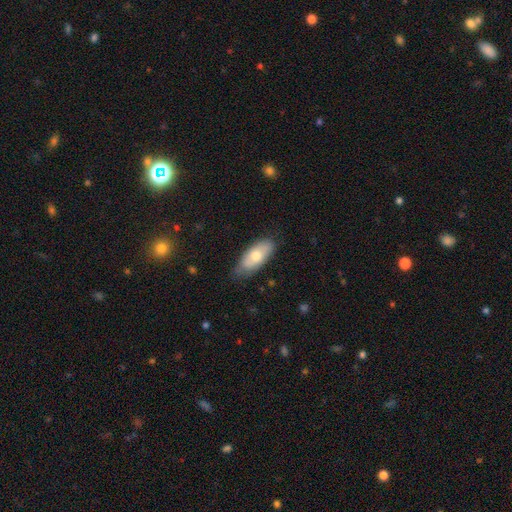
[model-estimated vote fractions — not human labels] Morphology: type=smooth (67%); roundness=in between (86%); merging=none (71%).